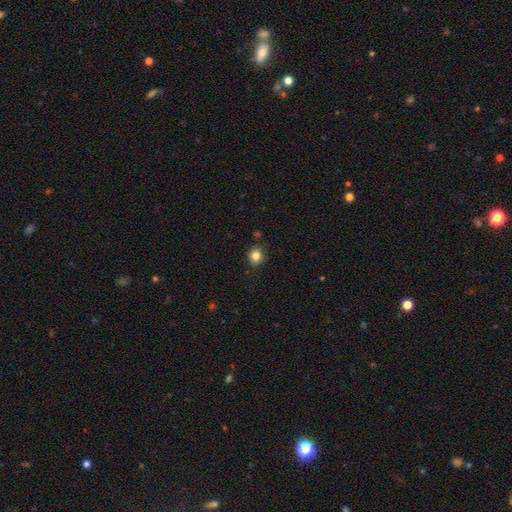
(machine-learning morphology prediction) Smooth or featured? smooth (83%)
How rounded? round (79%)
Merging? none (87%)